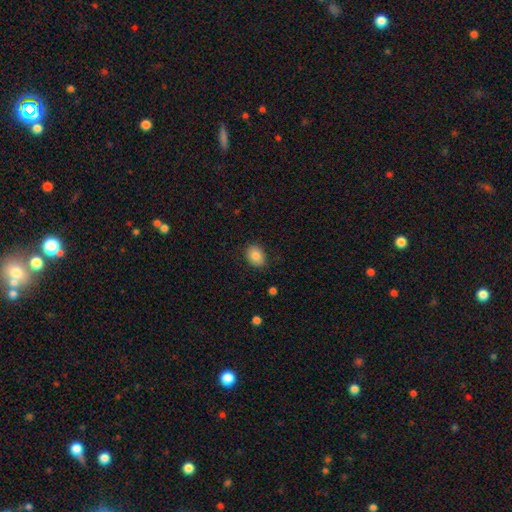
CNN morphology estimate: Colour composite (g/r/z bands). It shows a smooth galaxy with no disk features (84%) that is in between round and cigar-shaped (63%). Merging: none (86%).